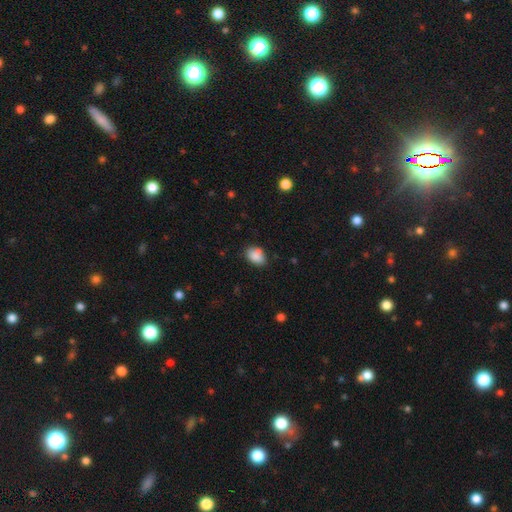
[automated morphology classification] Smooth or featured? smooth (85%)
How rounded? in between (76%)
Merging? none (67%)